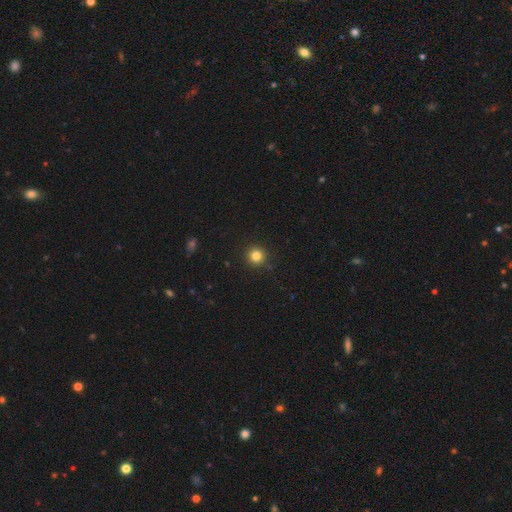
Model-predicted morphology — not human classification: Smooth or featured? Predicted: smooth (p=0.82). How rounded? Predicted: round (p=0.95). Merging? Predicted: none (p=0.92).